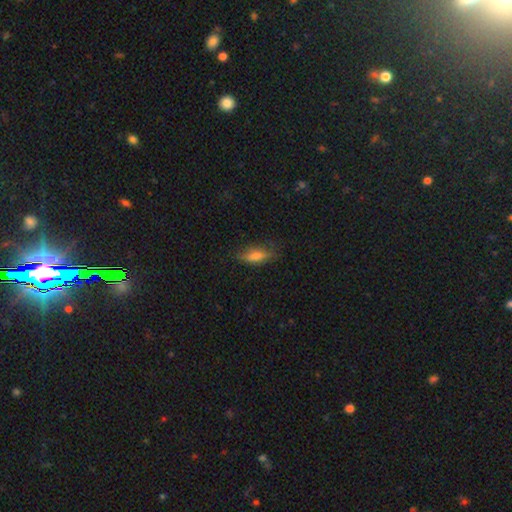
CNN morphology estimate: smooth_or_featured: smooth (p=0.65) [alt: featured or disk p=0.26]
how_rounded: in between (p=0.60) [alt: cigar-shaped p=0.37]
merging: none (p=0.75) [alt: minor disturbance p=0.20]